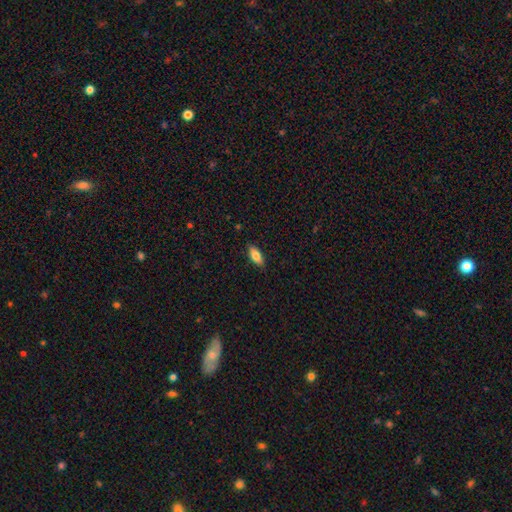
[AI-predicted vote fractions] Smooth or featured?
  - smooth: 80% *
  - featured or disk: 13%
  - star or artifact: 7%
How rounded?
  - in between: 80% *
  - cigar-shaped: 18%
  - round: 2%
Merging?
  - none: 86% *
  - minor disturbance: 11%
  - major disturbance: 2%
  - merger: 1%